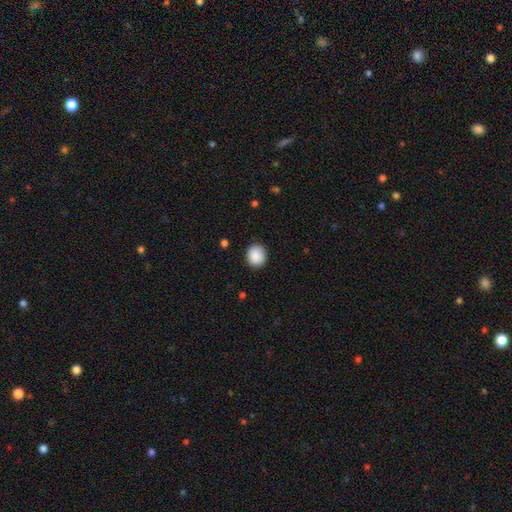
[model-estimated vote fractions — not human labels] smooth-or-featured: smooth: 89% | star or artifact: 8% | featured or disk: 3%
  how-rounded: round: 83% | in between: 16% | cigar-shaped: 1%
  merging: none: 89% | minor disturbance: 8% | major disturbance: 2% | merger: 1%